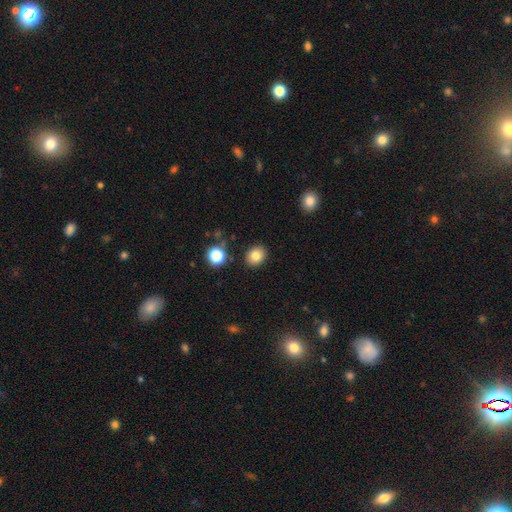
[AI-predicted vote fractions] Morphology: type=smooth (82%); roundness=round (61%); merging=none (88%).